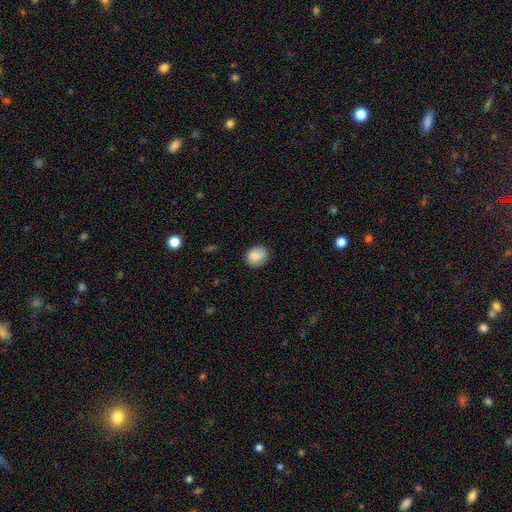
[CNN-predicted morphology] This appears to be a smooth galaxy with no disk features (85%) that is round (57%). Merging: none (81%).